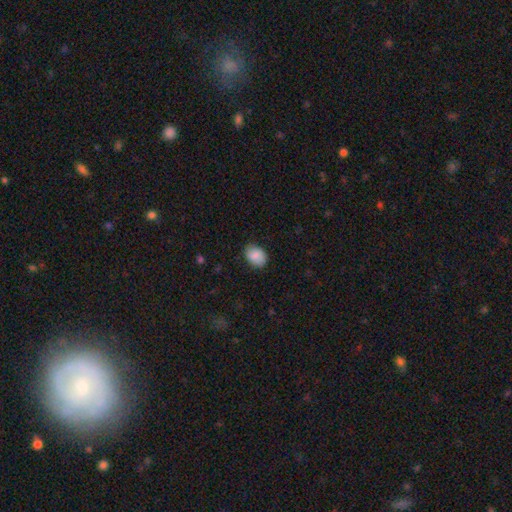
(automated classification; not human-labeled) This appears to be a smooth galaxy with no disk features (85%) that is in between round and cigar-shaped (74%). Merging: none (80%).